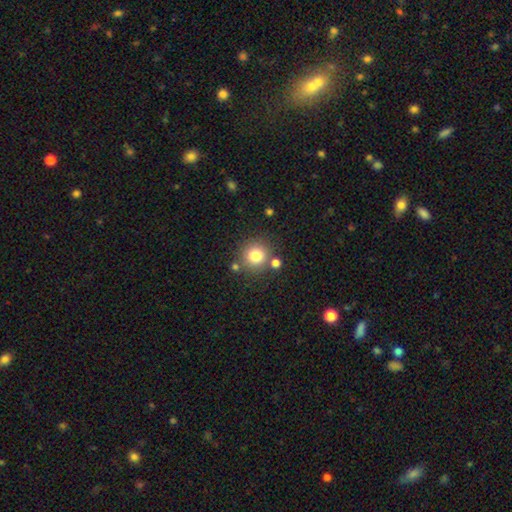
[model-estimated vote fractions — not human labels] This appears to be a smooth galaxy with no disk features (79%) that is round (92%). Merging: none (77%).